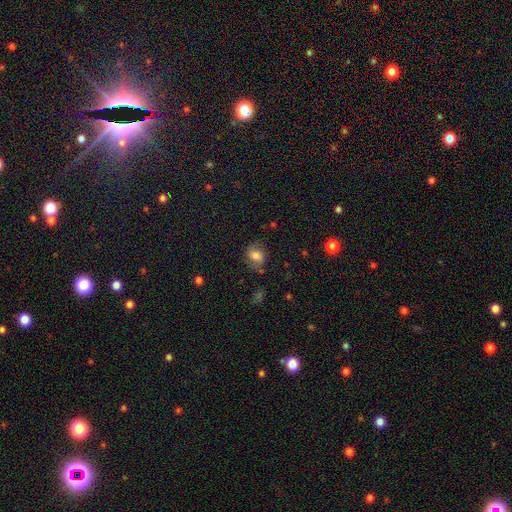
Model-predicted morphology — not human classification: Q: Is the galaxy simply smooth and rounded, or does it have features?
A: smooth — 66%.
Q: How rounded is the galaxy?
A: in between — 53%.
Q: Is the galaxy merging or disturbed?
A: none — 65%.